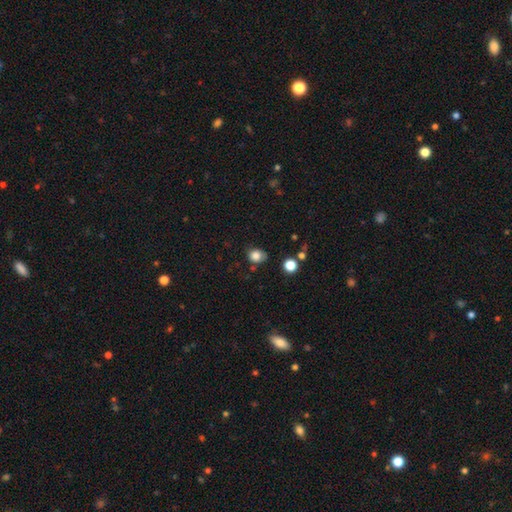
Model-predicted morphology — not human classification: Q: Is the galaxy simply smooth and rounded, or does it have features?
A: smooth — 82%.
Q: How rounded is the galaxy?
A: round — 63%.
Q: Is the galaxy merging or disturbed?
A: none — 65%.